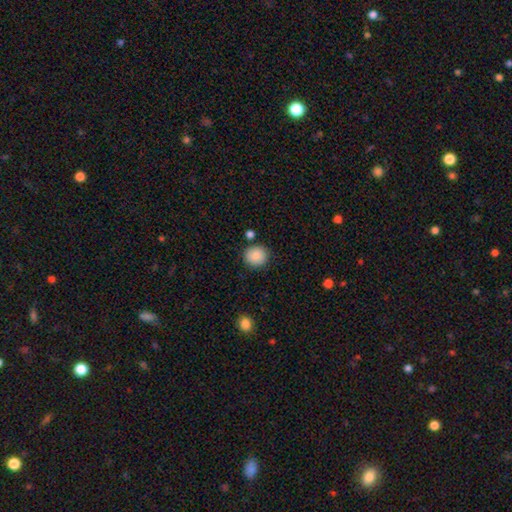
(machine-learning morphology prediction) type=smooth (88%); roundness=round (88%); merging=none (86%).